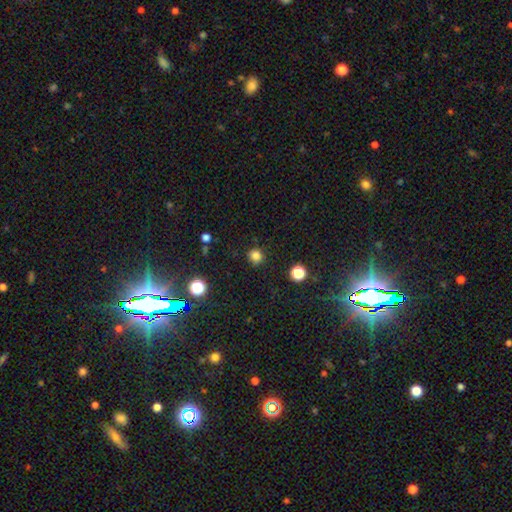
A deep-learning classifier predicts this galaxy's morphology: A smooth galaxy with no disk features (82%) that is round (91%). Merging: none (89%).